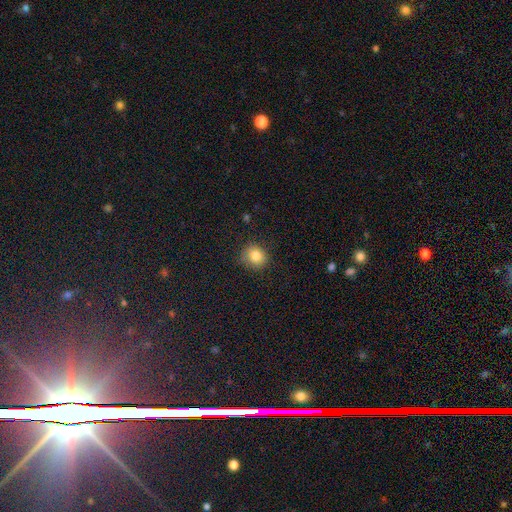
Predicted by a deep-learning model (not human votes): Q: Smooth or featured?
A: smooth (83%); runner-up: star or artifact (10%)
Q: How rounded?
A: round (82%); runner-up: in between (17%)
Q: Merging?
A: none (82%); runner-up: minor disturbance (14%)